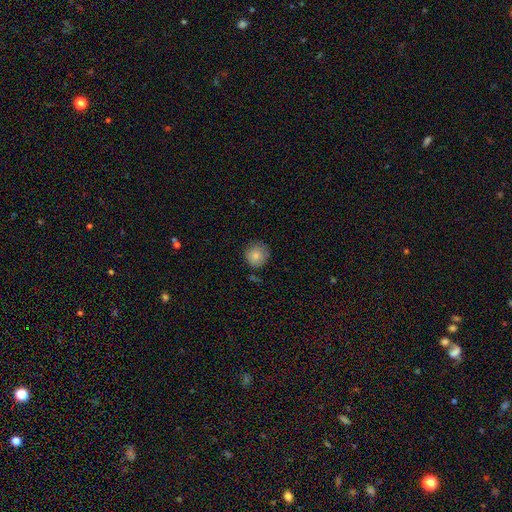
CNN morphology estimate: This appears to be a smooth galaxy with no disk features (83%) that is round (92%). Merging: none (77%).